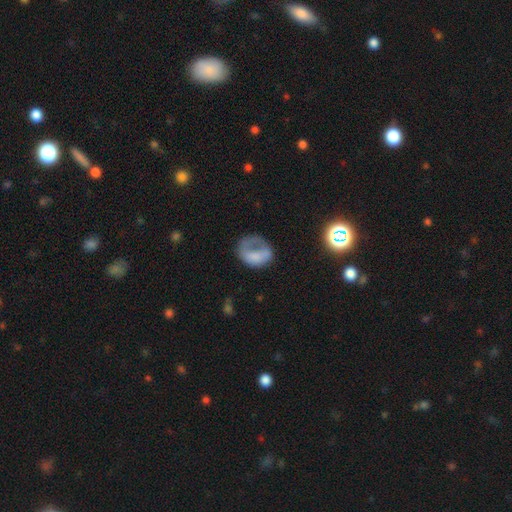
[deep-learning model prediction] This is possibly a smooth galaxy (57%). How rounded: possibly in between (55%). Merging: marginally major disturbance (43%).